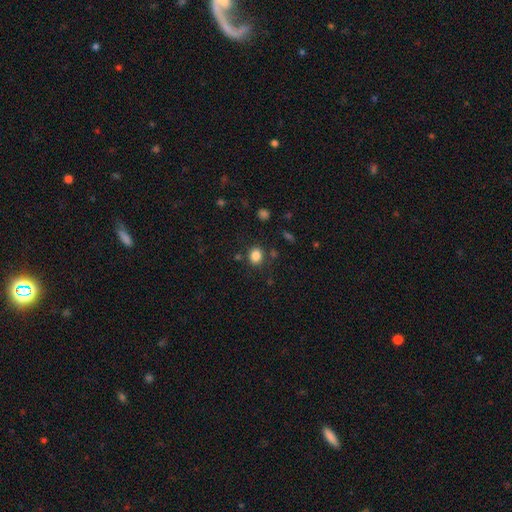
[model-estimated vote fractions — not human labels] Overall: smooth (84%). How rounded: round (68%; in between 31%). Merging: none (82%).